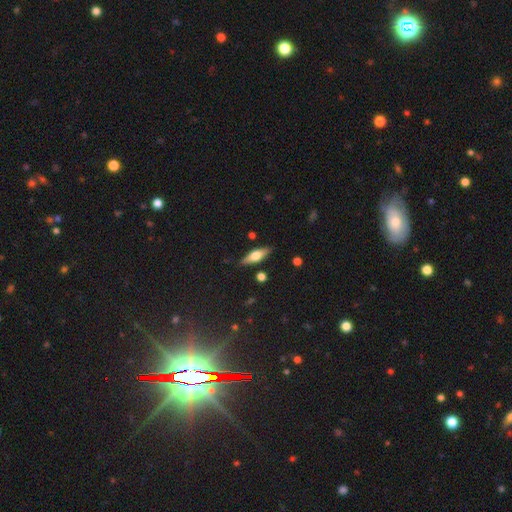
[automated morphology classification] Smooth or featured? smooth (47%)
Merging? none (85%)